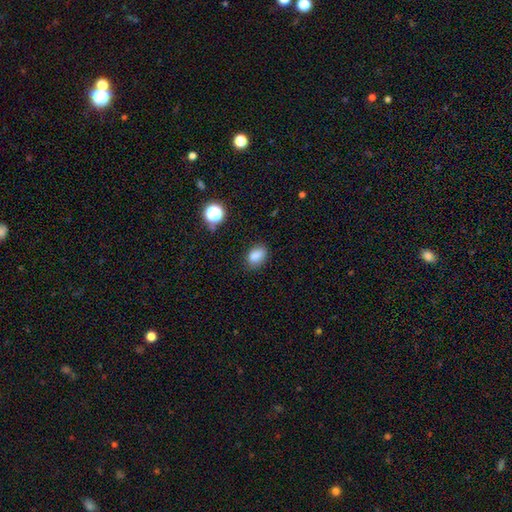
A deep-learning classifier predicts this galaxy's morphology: smooth-or-featured: smooth: 84% | star or artifact: 11% | featured or disk: 5%
  how-rounded: in between: 81% | round: 18% | cigar-shaped: 1%
  merging: none: 79% | minor disturbance: 16% | major disturbance: 3% | merger: 2%